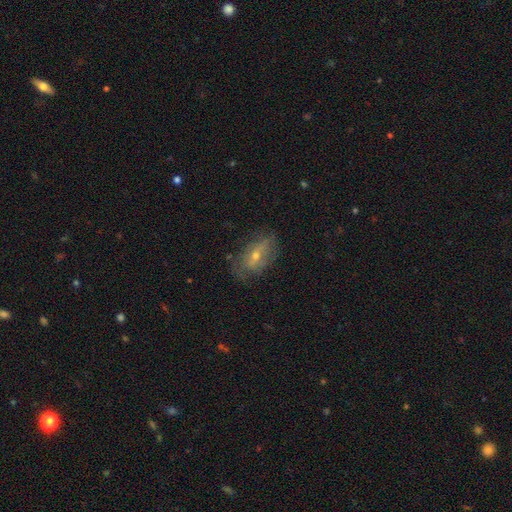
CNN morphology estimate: featured or disk 51%, smooth 37%, star or artifact 11%. Down the decision tree: edge-on disk — no (83%); merging — none (67%).